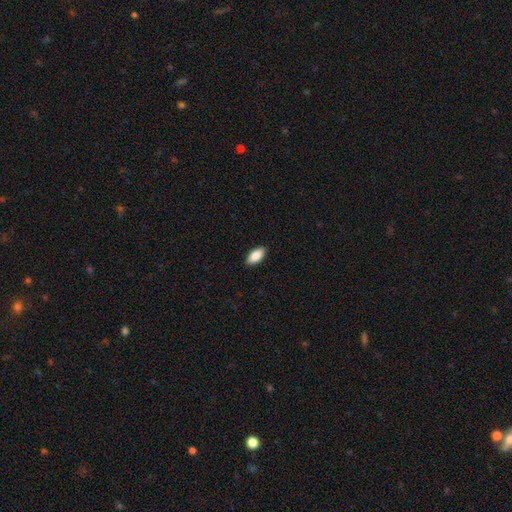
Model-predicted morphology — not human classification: Smooth or featured?
  - smooth: 87% *
  - featured or disk: 7%
  - star or artifact: 6%
How rounded?
  - in between: 89% *
  - cigar-shaped: 9%
  - round: 2%
Merging?
  - none: 90% *
  - minor disturbance: 8%
  - major disturbance: 2%
  - merger: 1%